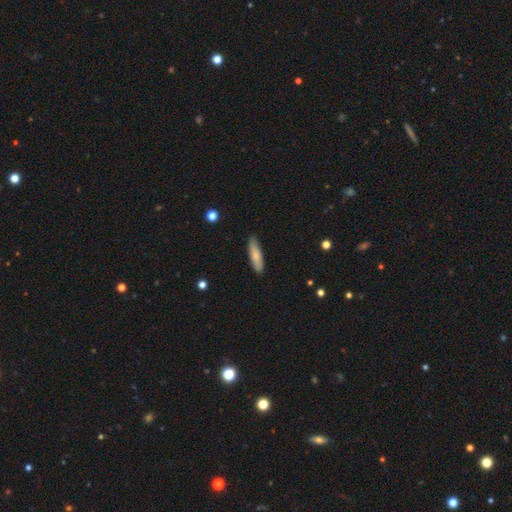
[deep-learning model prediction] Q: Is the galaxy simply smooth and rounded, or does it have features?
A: smooth — 77%.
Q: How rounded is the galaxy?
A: cigar-shaped — 68%.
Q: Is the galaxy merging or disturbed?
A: none — 86%.